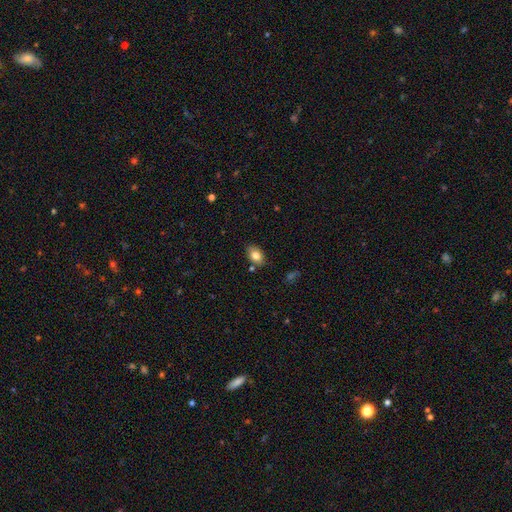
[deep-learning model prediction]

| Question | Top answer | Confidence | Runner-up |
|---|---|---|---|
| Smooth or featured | smooth | 81% | featured or disk (10%) |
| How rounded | in between | 84% | round (15%) |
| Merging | none | 81% | minor disturbance (13%) |